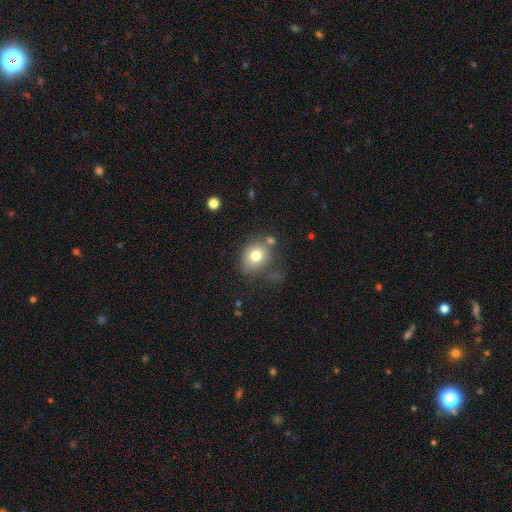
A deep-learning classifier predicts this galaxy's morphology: Q: Smooth or featured?
A: smooth (77%); runner-up: featured or disk (12%)
Q: How rounded?
A: round (60%); runner-up: in between (39%)
Q: Merging?
A: none (60%); runner-up: minor disturbance (20%)